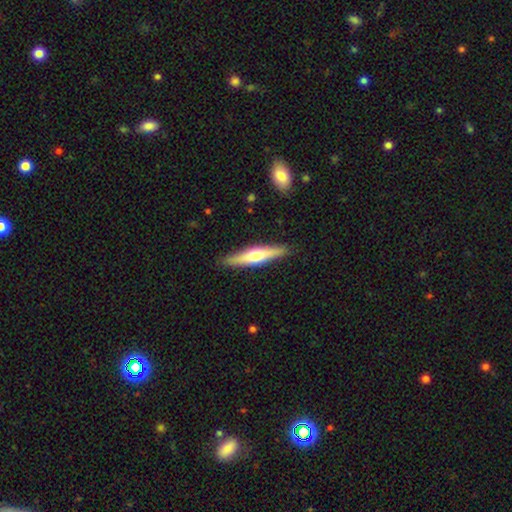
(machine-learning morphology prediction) This appears to be a featured or disk galaxy (55%) viewed edge-on (95%) with a rounded central bulge (89%). Merging: none (89%).